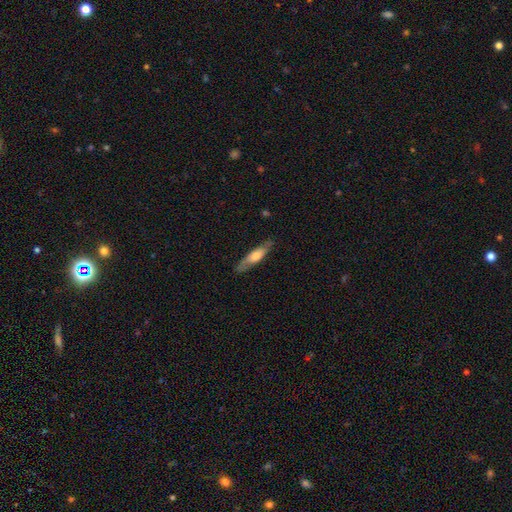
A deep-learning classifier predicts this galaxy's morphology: A smooth galaxy with no disk features (52%) that is cigar-shaped (74%).

Vote fractions:
- Smooth or featured? smooth: 52% / featured or disk: 42% / star or artifact: 6%
- How rounded? cigar-shaped: 74% / in between: 24% / round: 2%
- Merging? none: 80% / minor disturbance: 15% / major disturbance: 4% / merger: 1%